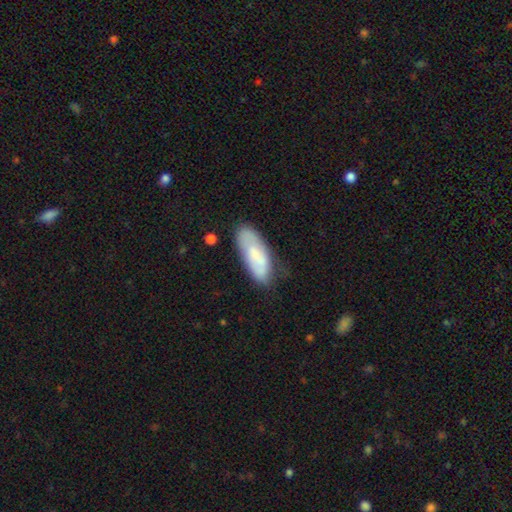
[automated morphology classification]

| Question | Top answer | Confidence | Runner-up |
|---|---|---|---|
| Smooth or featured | smooth | 66% | featured or disk (27%) |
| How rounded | in between | 74% | cigar-shaped (24%) |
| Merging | none | 64% | minor disturbance (25%) |